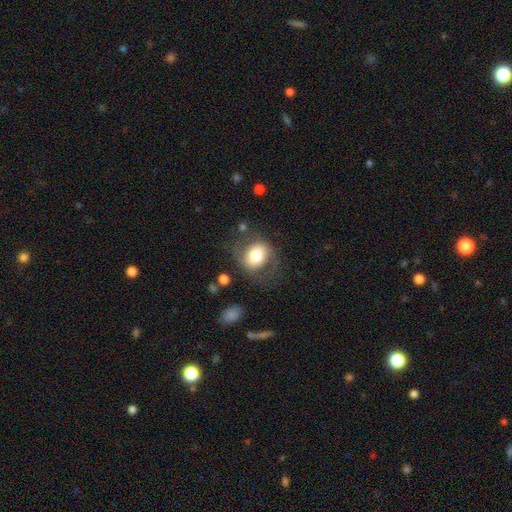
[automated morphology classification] type=smooth (63%); roundness=round (58%); merging=none (62%).